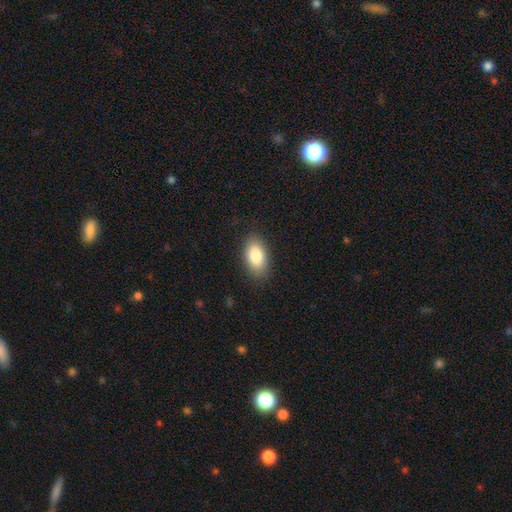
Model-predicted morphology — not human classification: Smooth or featured?
  - smooth: 84% *
  - featured or disk: 9%
  - star or artifact: 7%
How rounded?
  - in between: 92% *
  - round: 5%
  - cigar-shaped: 3%
Merging?
  - none: 86% *
  - minor disturbance: 10%
  - major disturbance: 3%
  - merger: 1%